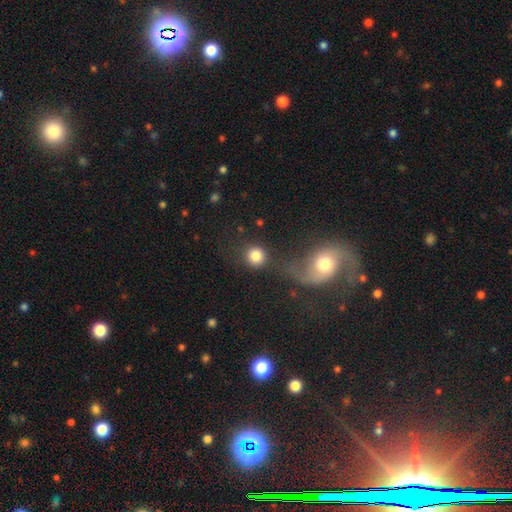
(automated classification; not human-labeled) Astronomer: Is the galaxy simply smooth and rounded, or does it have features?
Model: smooth — 83%.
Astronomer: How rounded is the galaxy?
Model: round — 91%.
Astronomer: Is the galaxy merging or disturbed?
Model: none — 68%.